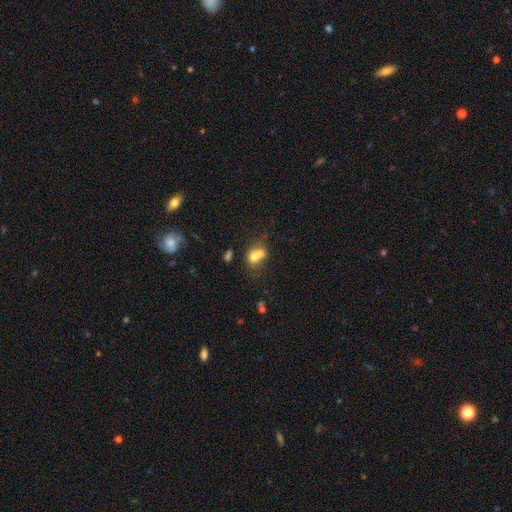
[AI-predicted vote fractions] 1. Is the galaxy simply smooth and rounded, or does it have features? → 68% smooth, 20% featured or disk, 12% star or artifact.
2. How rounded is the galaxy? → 55% in between, 43% round, 2% cigar-shaped.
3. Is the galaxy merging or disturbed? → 60% merger, 24% none, 10% minor disturbance, 7% major disturbance.